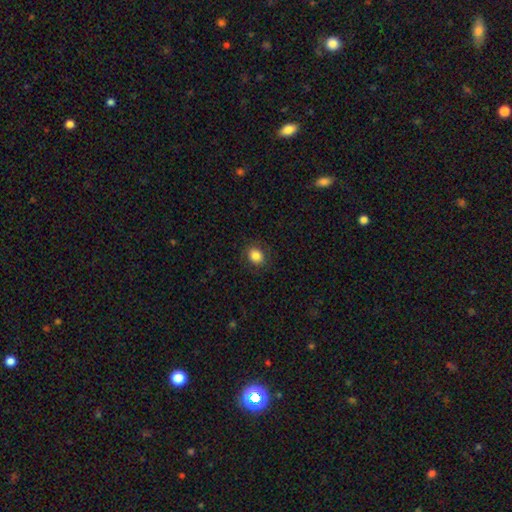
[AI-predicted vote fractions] This is clearly a smooth galaxy (85%). How rounded: likely round (63%). Merging: clearly none (85%).